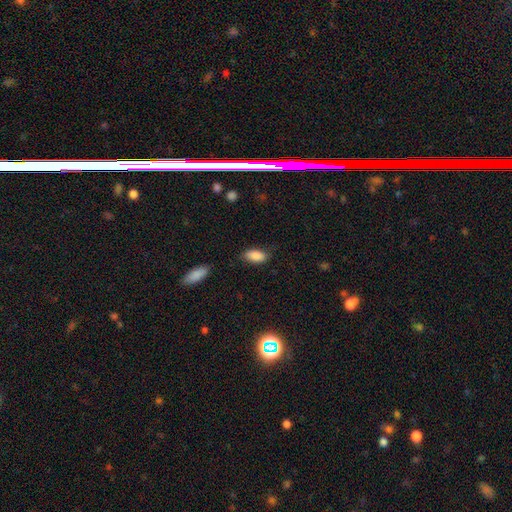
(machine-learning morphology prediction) Overall: smooth (88%). How rounded: in between (91%). Merging: none (75%).